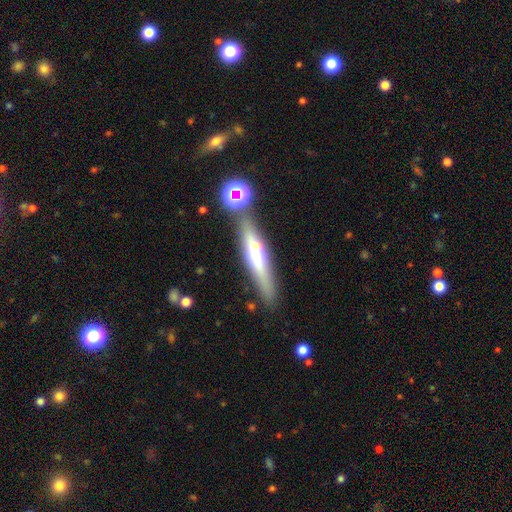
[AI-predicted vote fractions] Smooth or featured?
  - featured or disk: 55% *
  - smooth: 34%
  - star or artifact: 11%
Edge-on disk?
  - yes: 86% *
  - no: 14%
Merging?
  - none: 73% *
  - merger: 12%
  - minor disturbance: 11%
  - major disturbance: 4%